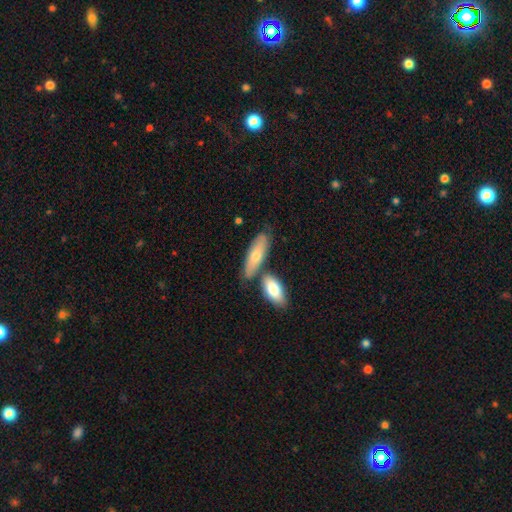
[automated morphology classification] The model was most divided on "how rounded": in between: 61%, cigar-shaped: 36%, round: 2%. More confident: smooth or featured — smooth (64%); merging — none (56%).